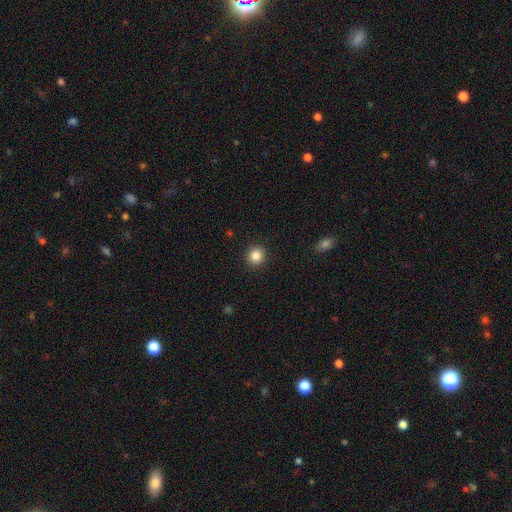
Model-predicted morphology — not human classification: Q: Smooth or featured?
A: smooth (85%); runner-up: star or artifact (11%)
Q: How rounded?
A: round (93%); runner-up: in between (6%)
Q: Merging?
A: none (92%); runner-up: minor disturbance (5%)